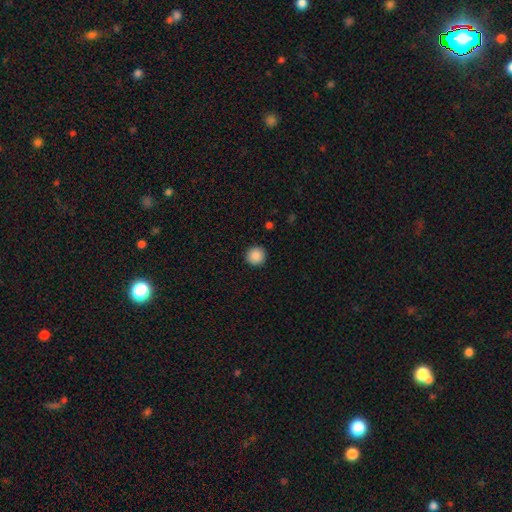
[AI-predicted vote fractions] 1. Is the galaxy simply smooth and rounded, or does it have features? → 89% smooth, 9% star or artifact, 3% featured or disk.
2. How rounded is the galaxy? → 94% round, 5% in between, 1% cigar-shaped.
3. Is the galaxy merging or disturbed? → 92% none, 6% minor disturbance, 2% major disturbance, 1% merger.